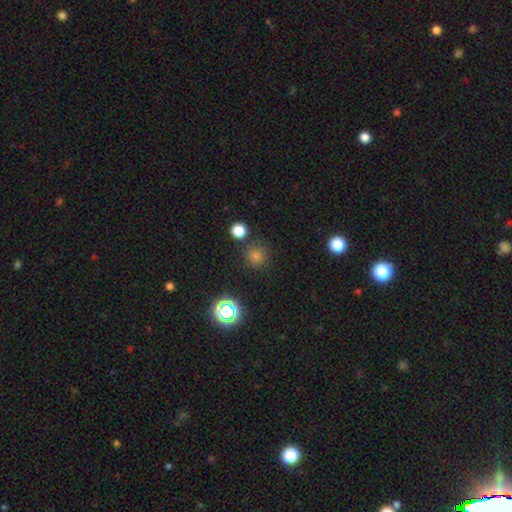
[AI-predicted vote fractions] smooth 68%, star or artifact 27%, featured or disk 6%. Down the decision tree: how rounded — round (92%); merging — none (84%).